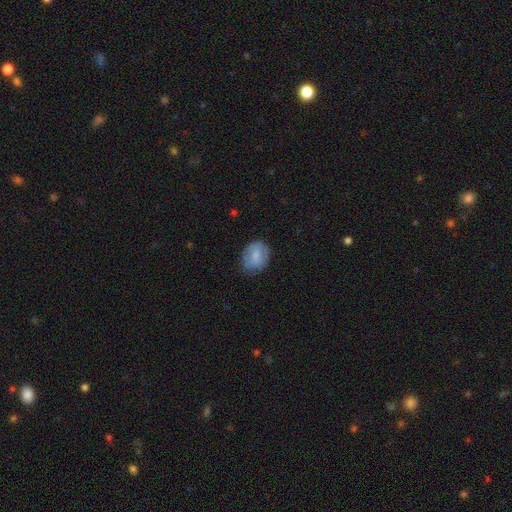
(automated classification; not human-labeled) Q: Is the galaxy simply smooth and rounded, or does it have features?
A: smooth — 71%.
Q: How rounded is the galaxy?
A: in between — 54%.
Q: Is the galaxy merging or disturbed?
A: none — 69%.